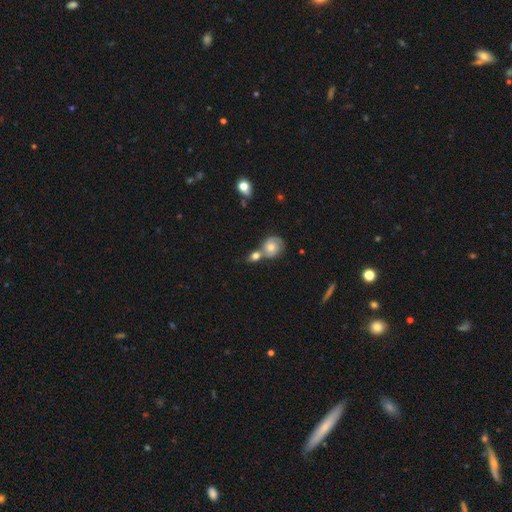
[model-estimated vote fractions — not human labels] This appears to be a smooth galaxy with no disk features (67%) that is round (59%). Merging: merger (45%).